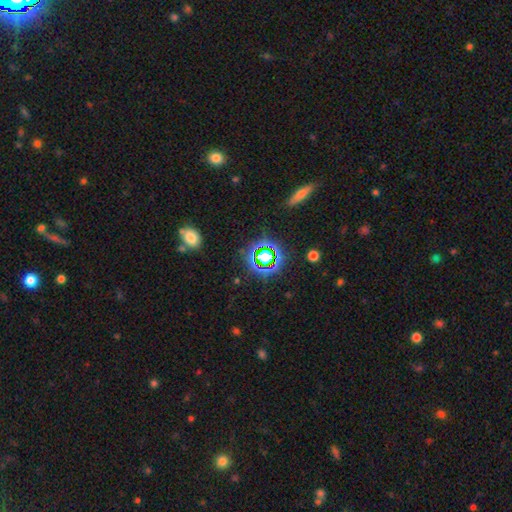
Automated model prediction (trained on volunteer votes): smooth_or_featured: star or artifact (p=0.68) [alt: smooth p=0.20]